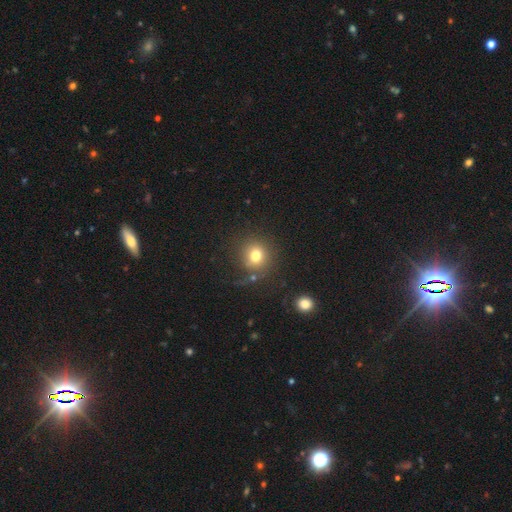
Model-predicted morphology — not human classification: The model was most divided on "smooth or featured": smooth: 76%, star or artifact: 14%, featured or disk: 10%. More confident: how rounded — round (89%); merging — none (77%).